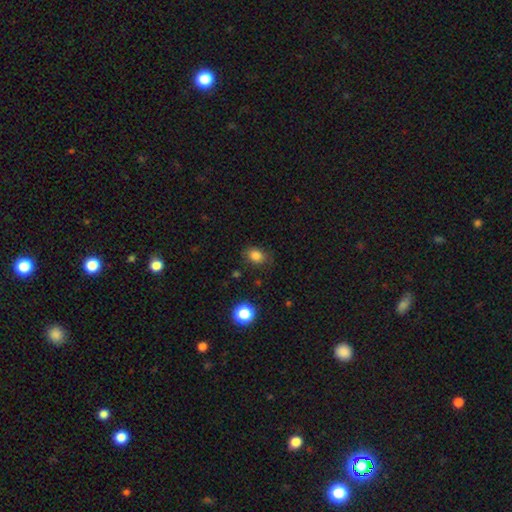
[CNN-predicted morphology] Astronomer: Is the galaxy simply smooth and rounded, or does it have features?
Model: smooth — 81%.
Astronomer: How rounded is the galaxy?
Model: in between — 59% (runner-up: round, 40%).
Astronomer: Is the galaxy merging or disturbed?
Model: none — 76%.